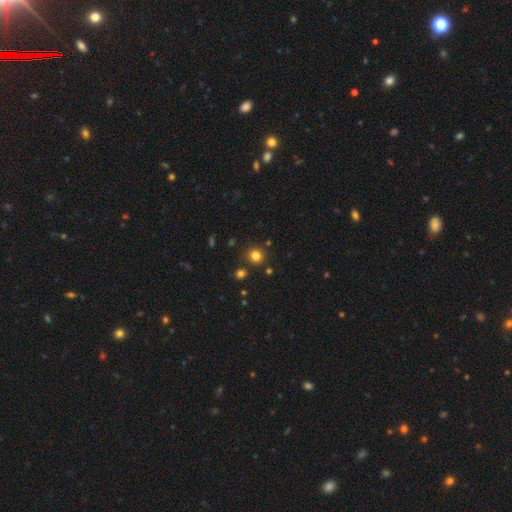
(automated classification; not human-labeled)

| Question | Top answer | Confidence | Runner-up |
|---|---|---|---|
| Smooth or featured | smooth | 79% | star or artifact (15%) |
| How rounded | round | 92% | in between (7%) |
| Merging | none | 86% | minor disturbance (7%) |